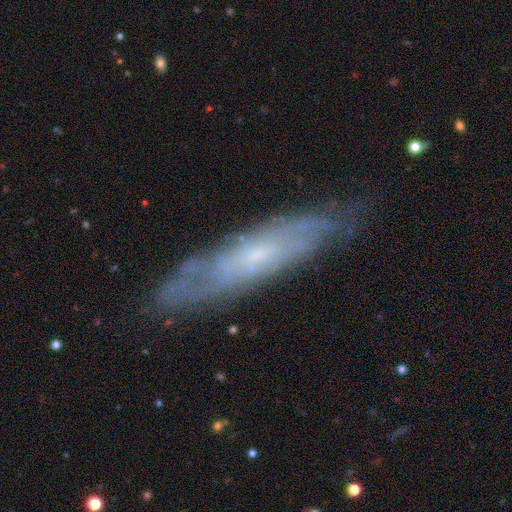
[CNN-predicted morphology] Smooth or featured: featured or disk — 70% (smooth — 23%)
Edge-on disk: no — 62% (yes — 38%)
Merging: none — 80% (minor disturbance — 15%)